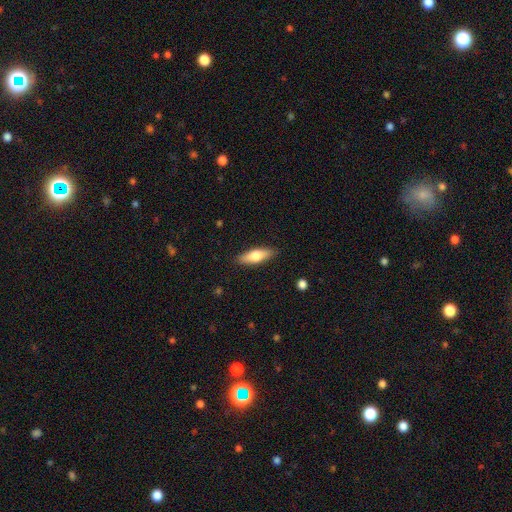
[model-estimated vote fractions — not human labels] Smooth or featured? smooth (69%)
How rounded? in between (55%)
Merging? none (88%)